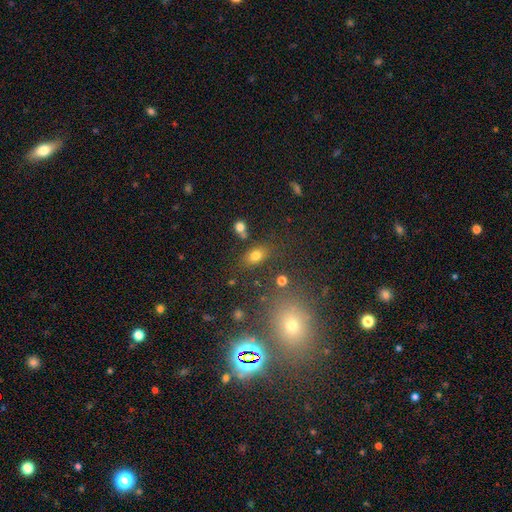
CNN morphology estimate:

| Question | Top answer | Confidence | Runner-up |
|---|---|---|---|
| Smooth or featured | smooth | 76% | star or artifact (14%) |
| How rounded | in between | 78% | round (20%) |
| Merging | none | 72% | minor disturbance (13%) |